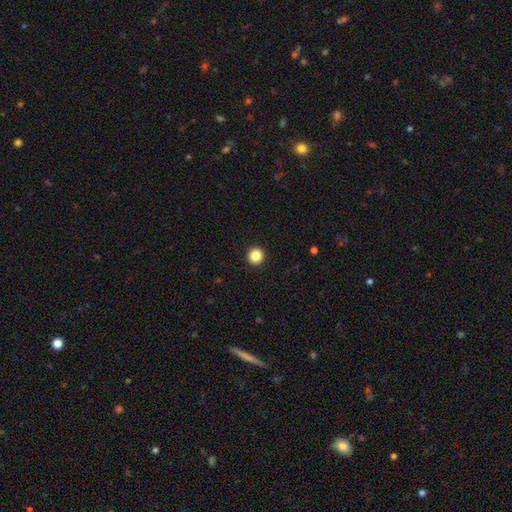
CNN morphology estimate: This appears to be a smooth galaxy with no disk features (86%) that is round (95%). Merging: none (94%).